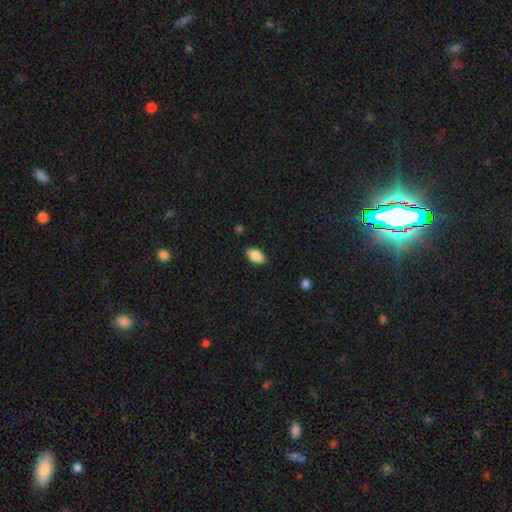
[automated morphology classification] Smooth or featured? Predicted: smooth (p=0.86). How rounded? Predicted: in between (p=0.92). Merging? Predicted: none (p=0.86).